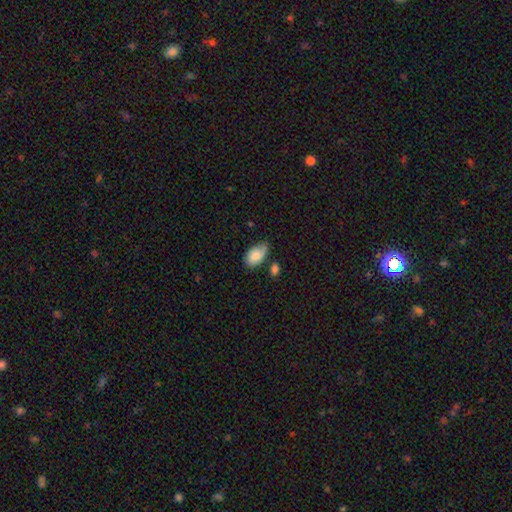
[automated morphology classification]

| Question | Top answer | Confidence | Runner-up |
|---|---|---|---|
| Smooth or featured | smooth | 81% | featured or disk (12%) |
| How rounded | in between | 93% | round (6%) |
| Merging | none | 52% | minor disturbance (34%) |